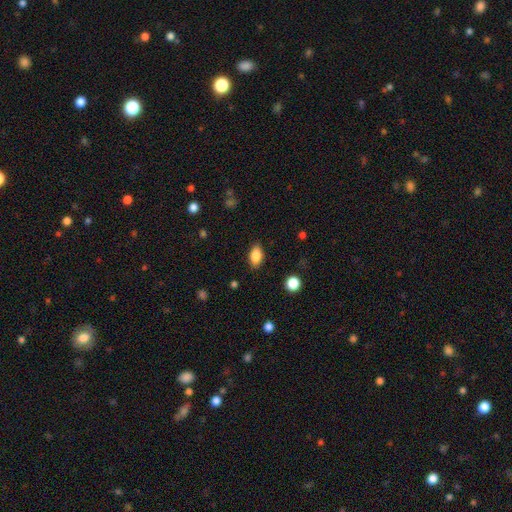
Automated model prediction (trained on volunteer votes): This appears to be a smooth galaxy with no disk features (87%) that is in between round and cigar-shaped (91%). Merging: none (86%).